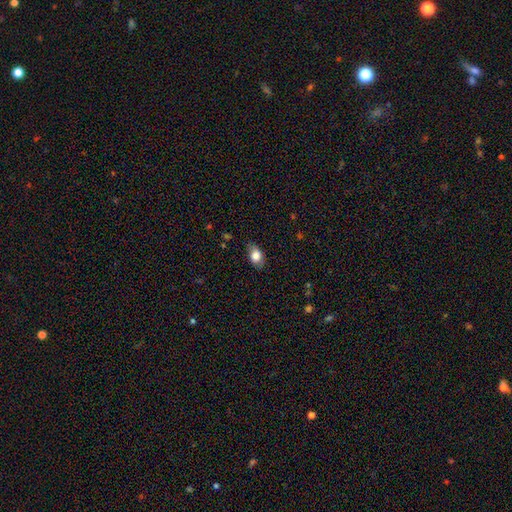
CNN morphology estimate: A smooth galaxy with no disk features (79%) that is in between round and cigar-shaped (85%).

Vote fractions:
- Smooth or featured? smooth: 79% / featured or disk: 13% / star or artifact: 8%
- How rounded? in between: 85% / round: 12% / cigar-shaped: 3%
- Merging? none: 74% / minor disturbance: 21% / major disturbance: 4% / merger: 1%